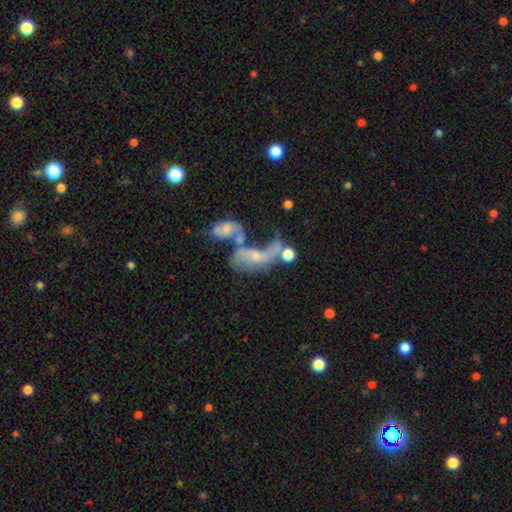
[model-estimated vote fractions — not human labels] featured or disk 59%, smooth 21%, star or artifact 19%. Down the decision tree: edge-on disk — no (89%); bar — no (66%); spiral arms — yes (62%); bulge size — small (49%); merging — merger (53%).